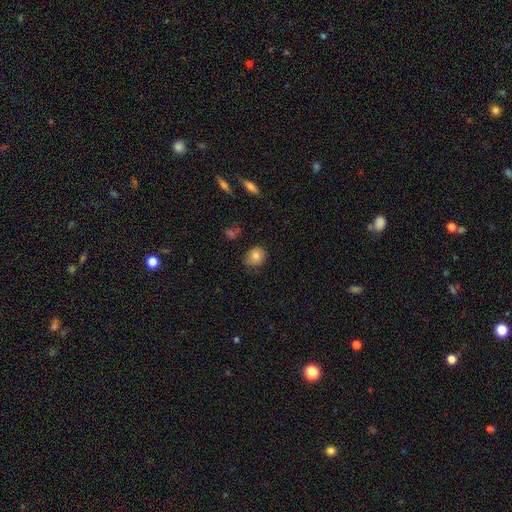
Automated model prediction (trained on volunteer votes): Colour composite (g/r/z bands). It shows a smooth galaxy with no disk features (79%) that is round (69%). Merging: none (71%).